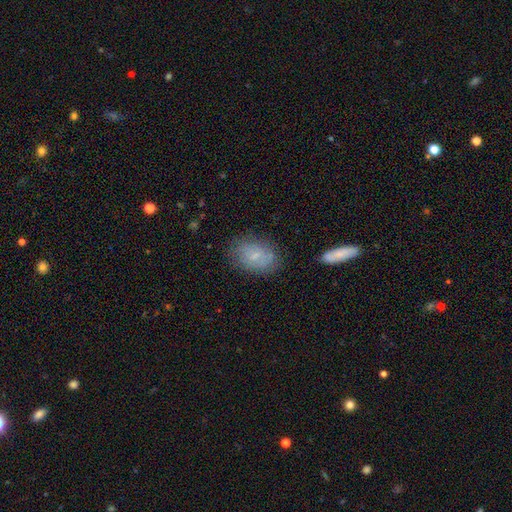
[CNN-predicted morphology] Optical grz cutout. It shows a smooth galaxy with no disk features (68%) that is in between round and cigar-shaped (83%). Merging: none (73%).